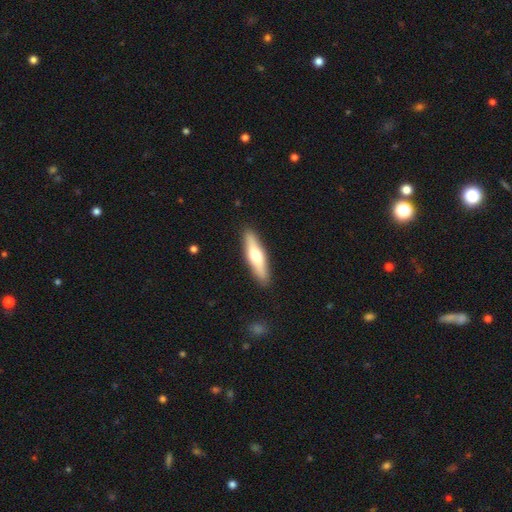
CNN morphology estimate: Smooth or featured? smooth (53%)
How rounded? cigar-shaped (75%)
Merging? none (89%)